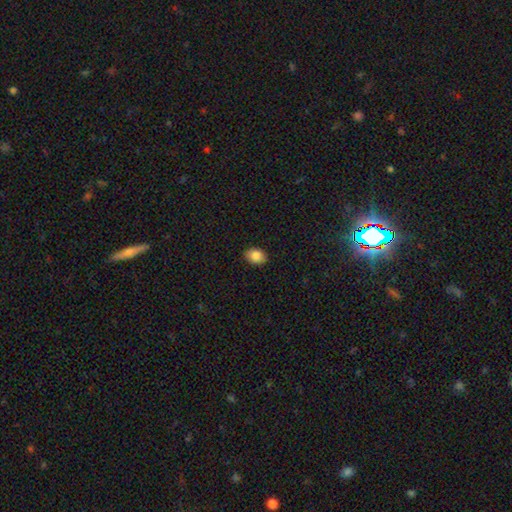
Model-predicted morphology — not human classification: This appears to be a smooth galaxy with no disk features (86%) that is in between round and cigar-shaped (73%). Merging: none (88%).